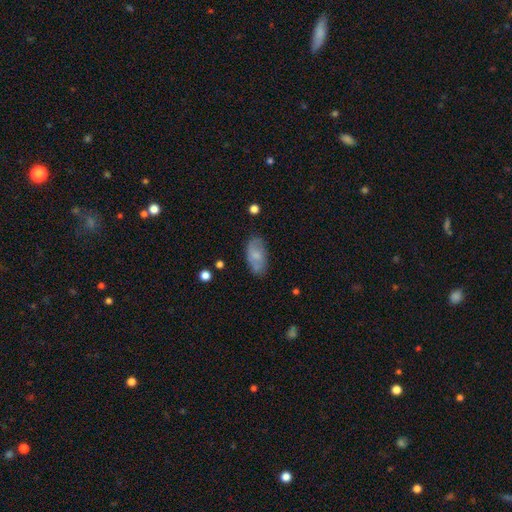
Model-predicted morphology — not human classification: Smooth or featured: smooth — 63% (featured or disk — 30%)
How rounded: in between — 92% (cigar-shaped — 5%)
Merging: none — 74% (minor disturbance — 19%)